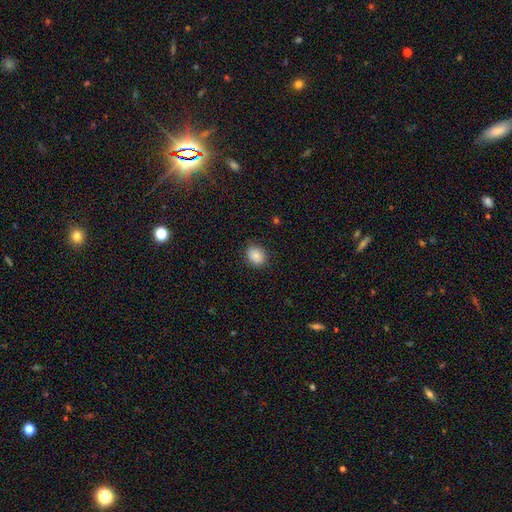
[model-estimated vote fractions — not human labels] smooth 85%, star or artifact 9%, featured or disk 6%. Down the decision tree: how rounded — round (57%); merging — none (84%).